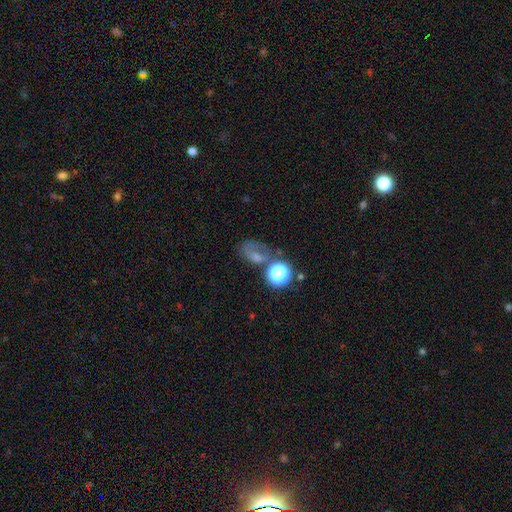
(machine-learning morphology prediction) This is possibly a smooth galaxy (54%). How rounded: likely in between (62%). Merging: marginally none (36%).